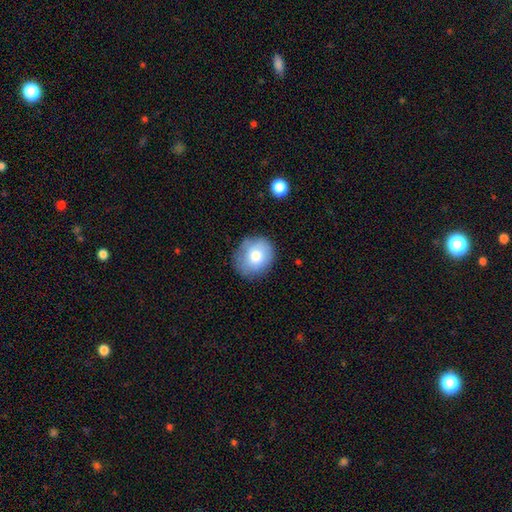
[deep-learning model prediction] smooth-or-featured: smooth: 76% | featured or disk: 15% | star or artifact: 8%
  how-rounded: round: 76% | in between: 23% | cigar-shaped: 1%
  merging: none: 77% | minor disturbance: 17% | major disturbance: 4% | merger: 2%